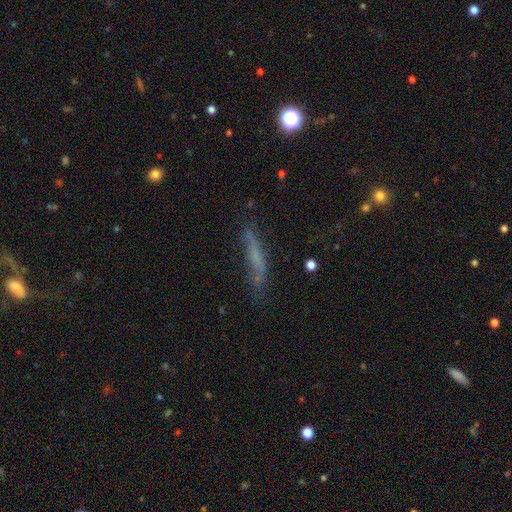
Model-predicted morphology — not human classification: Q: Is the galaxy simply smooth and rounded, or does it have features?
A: smooth — 50%.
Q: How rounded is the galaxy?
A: cigar-shaped — 86%.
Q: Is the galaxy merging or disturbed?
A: none — 62%.